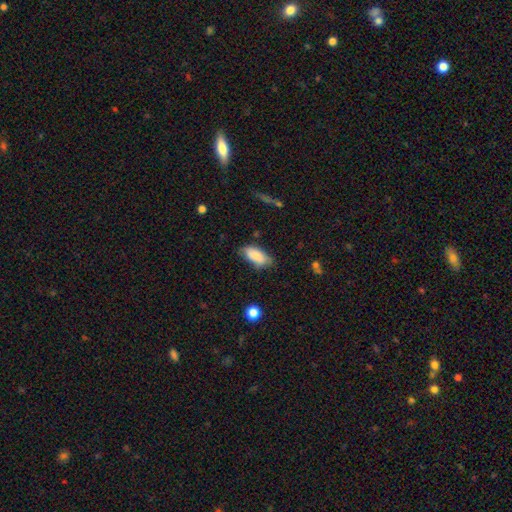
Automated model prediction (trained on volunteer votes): This is clearly a smooth galaxy (85%). How rounded: clearly in between (90%). Merging: likely none (67%).